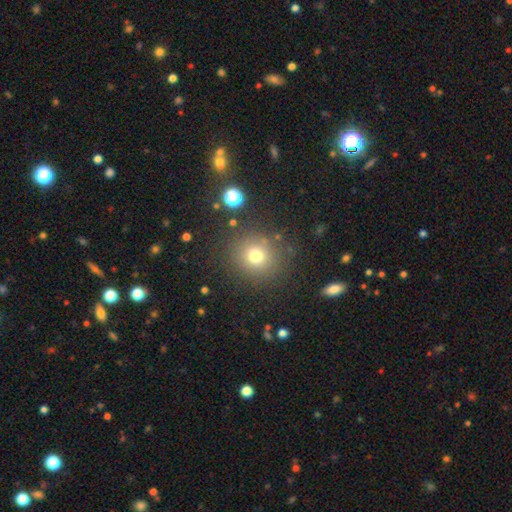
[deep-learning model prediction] A smooth galaxy with no disk features (72%) that is round (88%). Merging: none (86%).